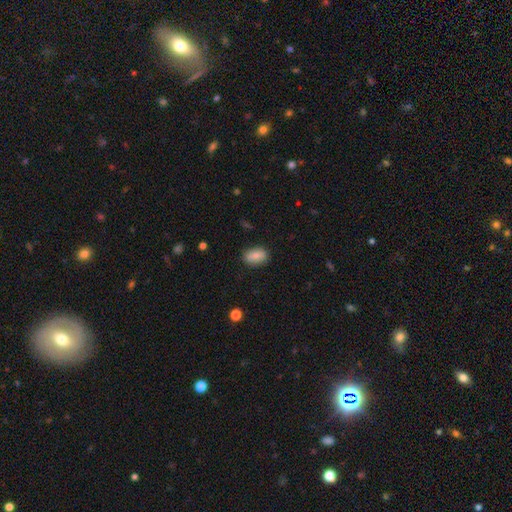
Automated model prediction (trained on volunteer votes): A smooth galaxy with no disk features (79%) that is in between round and cigar-shaped (87%). Merging: none (85%).